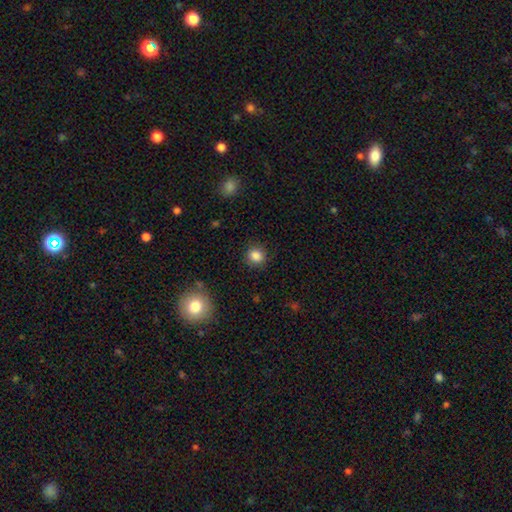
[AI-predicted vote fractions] A smooth galaxy with no disk features (85%) that is round (87%). Merging: none (87%).